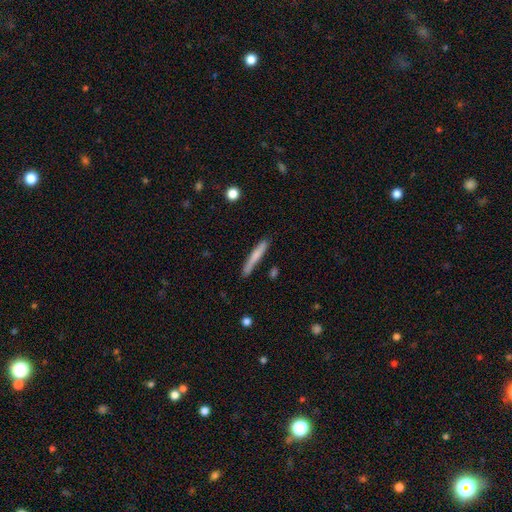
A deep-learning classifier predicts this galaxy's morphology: Q: Smooth or featured?
A: smooth (66%); runner-up: featured or disk (28%)
Q: How rounded?
A: cigar-shaped (95%); runner-up: in between (4%)
Q: Merging?
A: none (79%); runner-up: minor disturbance (15%)